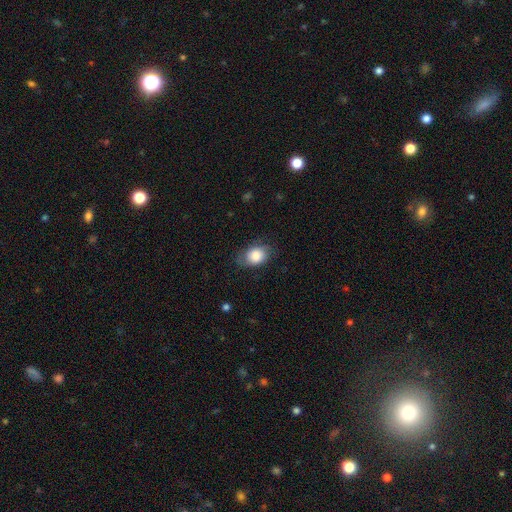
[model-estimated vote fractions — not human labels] Smooth or featured: smooth — 79% (featured or disk — 13%)
How rounded: in between — 73% (round — 25%)
Merging: none — 72% (minor disturbance — 20%)